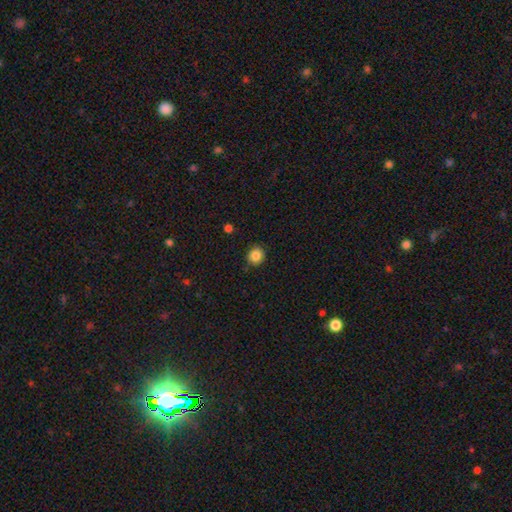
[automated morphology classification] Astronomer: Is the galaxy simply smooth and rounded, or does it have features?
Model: smooth — 85%.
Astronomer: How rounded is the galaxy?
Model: round — 88%.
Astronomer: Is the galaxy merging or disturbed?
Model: none — 89%.